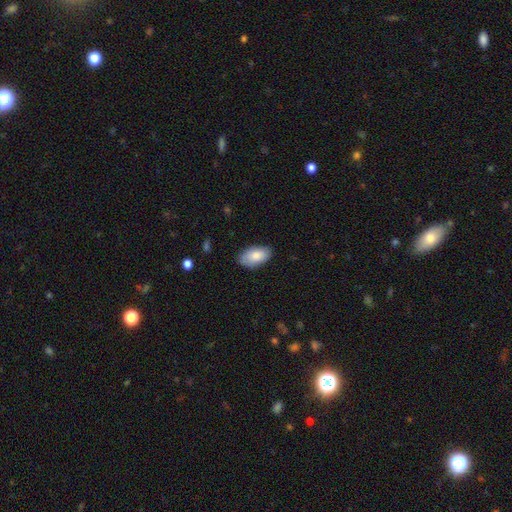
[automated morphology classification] This is clearly a smooth galaxy (82%). How rounded: clearly in between (95%). Merging: clearly none (82%).